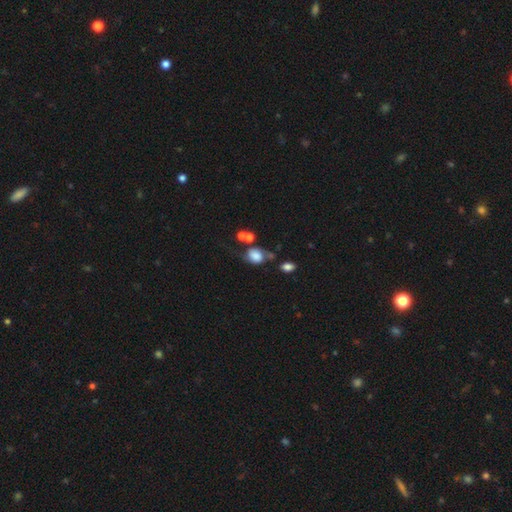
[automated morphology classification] type=smooth (72%); roundness=in between (54%); merging=none (41%).